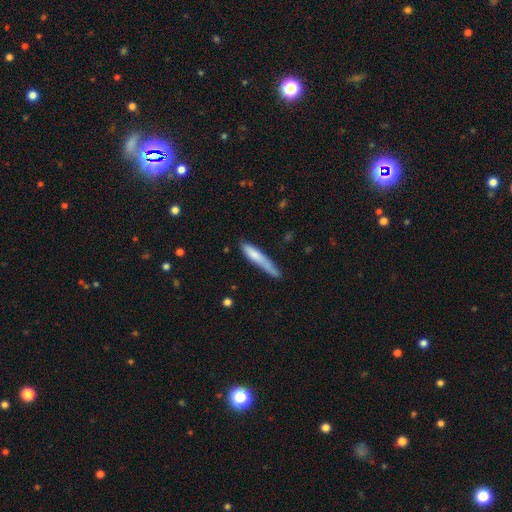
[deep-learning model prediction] The model was most divided on "merging": none: 55%, minor disturbance: 30%, major disturbance: 9%, merger: 5%. More confident: how rounded — cigar-shaped (90%); smooth or featured — smooth (74%).